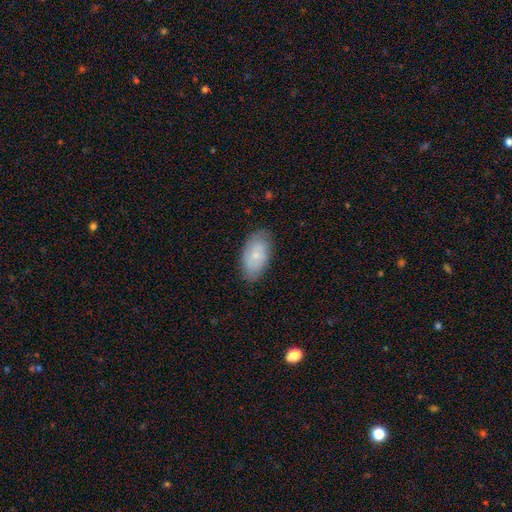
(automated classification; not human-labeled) Smooth or featured? Predicted: smooth (p=0.67). How rounded? Predicted: in between (p=0.94). Merging? Predicted: none (p=0.79).